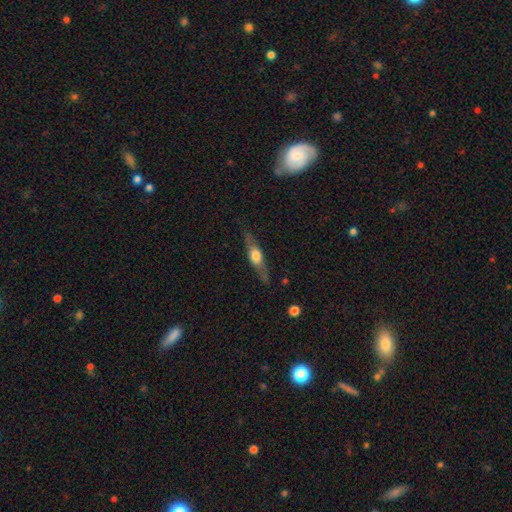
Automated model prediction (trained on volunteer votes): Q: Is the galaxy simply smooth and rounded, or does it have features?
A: featured or disk — 58%.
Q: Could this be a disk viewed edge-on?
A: yes — 89%.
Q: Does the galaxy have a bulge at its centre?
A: rounded — 89%.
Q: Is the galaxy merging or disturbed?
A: none — 81%.